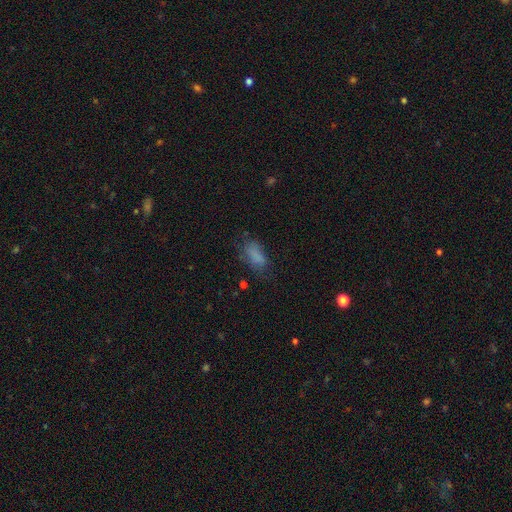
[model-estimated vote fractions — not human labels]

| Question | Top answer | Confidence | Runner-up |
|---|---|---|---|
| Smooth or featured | smooth | 75% | featured or disk (13%) |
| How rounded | in between | 86% | cigar-shaped (10%) |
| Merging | none | 51% | minor disturbance (28%) |